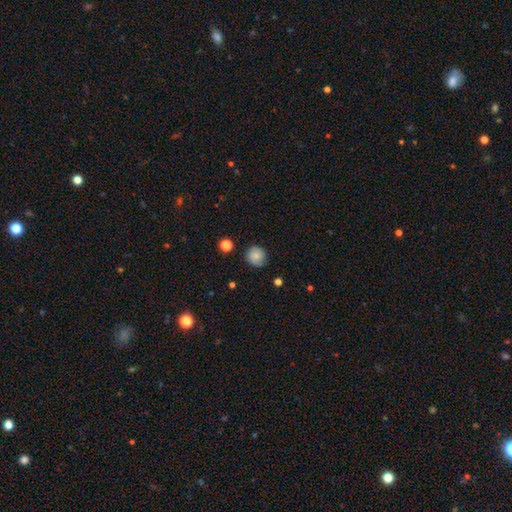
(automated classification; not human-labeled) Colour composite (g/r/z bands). It shows a smooth galaxy with no disk features (82%) that is round (88%). Merging: none (81%).